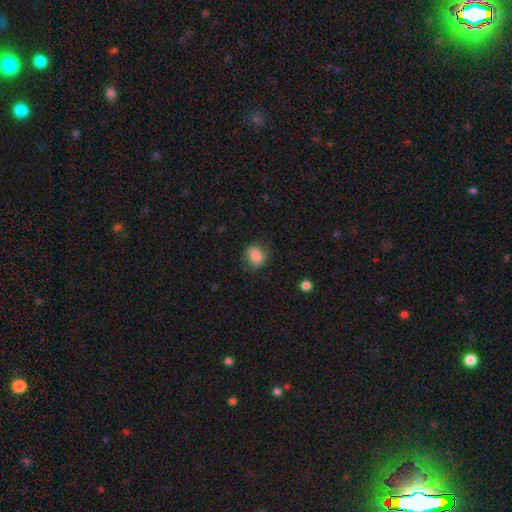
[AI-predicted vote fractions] Morphology: type=smooth (84%); roundness=in between (50%); merging=none (75%).